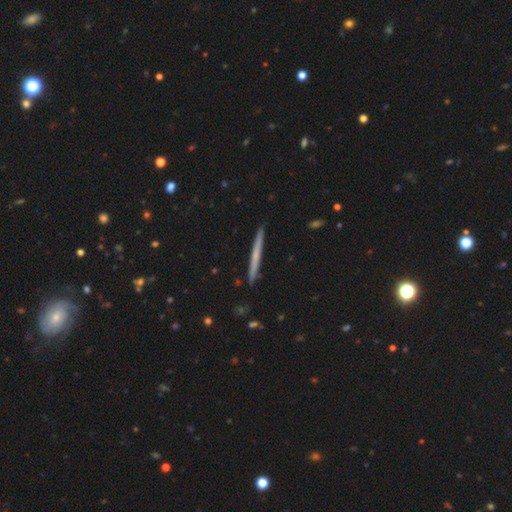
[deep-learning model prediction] This appears to be a smooth galaxy with no disk features (49%). Merging: none (92%).